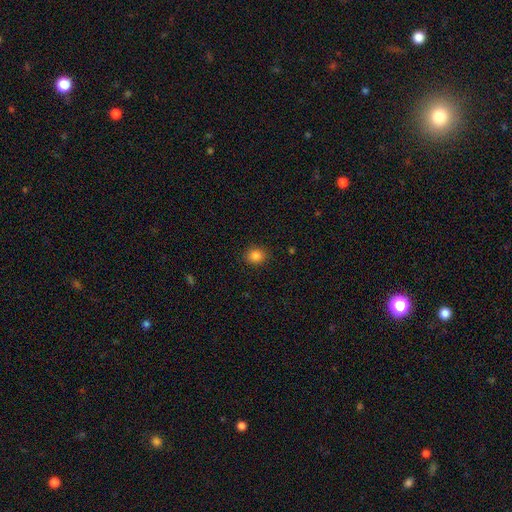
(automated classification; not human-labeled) A smooth galaxy with no disk features (84%) that is round (65%). Merging: none (89%).